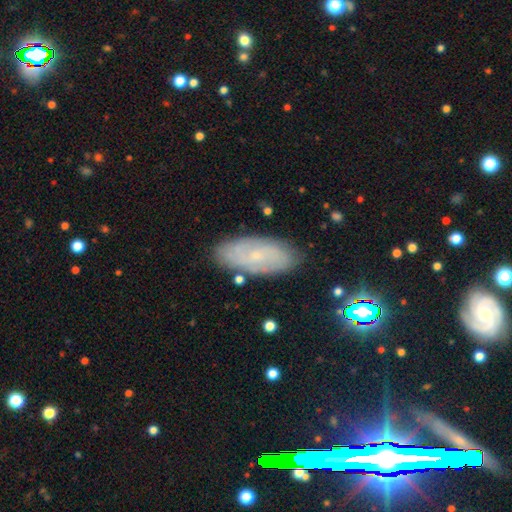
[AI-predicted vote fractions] featured or disk 54%, smooth 36%, star or artifact 10%. Down the decision tree: edge-on disk — no (88%); merging — none (83%).